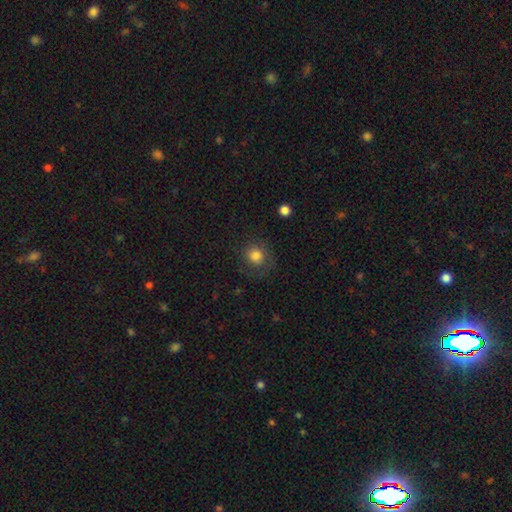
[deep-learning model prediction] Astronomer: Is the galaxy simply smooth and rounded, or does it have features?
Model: smooth — 81%.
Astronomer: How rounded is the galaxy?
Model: round — 83%.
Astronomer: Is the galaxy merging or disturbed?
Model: none — 73%.